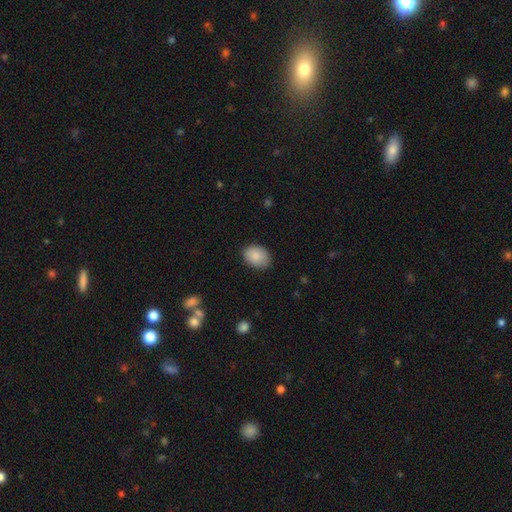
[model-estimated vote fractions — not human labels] Smooth or featured? Predicted: smooth (p=0.88). How rounded? Predicted: in between (p=0.70). Merging? Predicted: none (p=0.82).